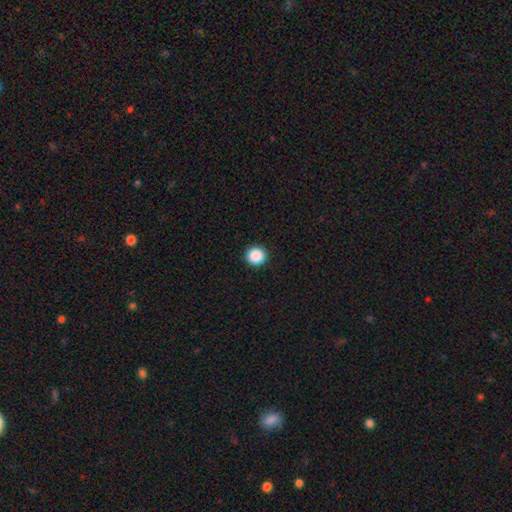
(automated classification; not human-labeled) A smooth galaxy with no disk features (88%) that is round (94%).

Vote fractions:
- Smooth or featured? smooth: 88% / star or artifact: 9% / featured or disk: 2%
- How rounded? round: 94% / in between: 5% / cigar-shaped: 1%
- Merging? none: 93% / minor disturbance: 5% / major disturbance: 1% / merger: 1%